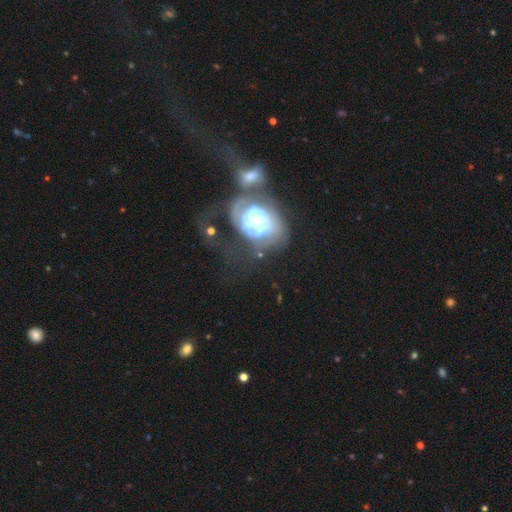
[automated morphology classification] smooth-or-featured: featured or disk: 63% | smooth: 22% | star or artifact: 15%
  disk-edge-on: no: 94% | yes: 6%
    bar: no: 75% | weak: 18% | strong: 7%
    has-spiral-arms: yes: 65% | no: 35%
    bulge-size: moderate: 40% | small: 35% | large: 14% | none: 6% | dominant: 5%
  merging: merger: 51% | major disturbance: 23% | none: 17% | minor disturbance: 9%